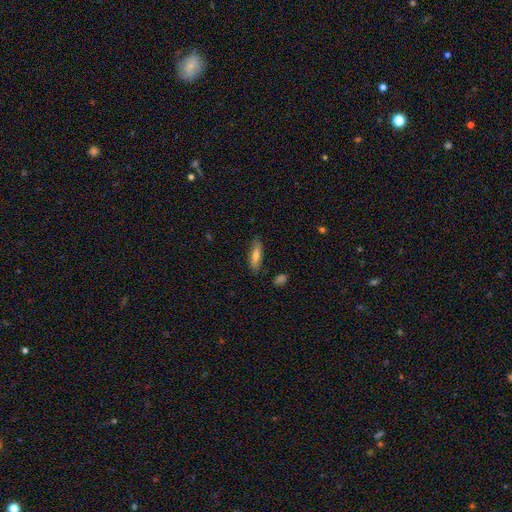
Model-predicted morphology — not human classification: The model was most divided on "how rounded": cigar-shaped: 55%, in between: 43%, round: 2%. More confident: merging — none (82%); smooth or featured — smooth (70%).